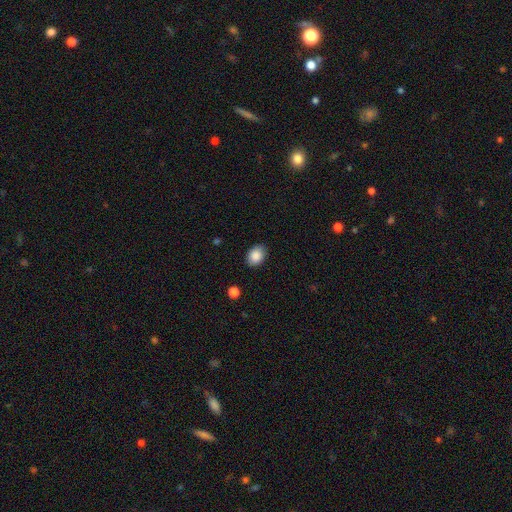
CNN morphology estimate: The model was most divided on "how rounded": in between: 71%, round: 28%, cigar-shaped: 1%. More confident: smooth or featured — smooth (88%); merging — none (85%).